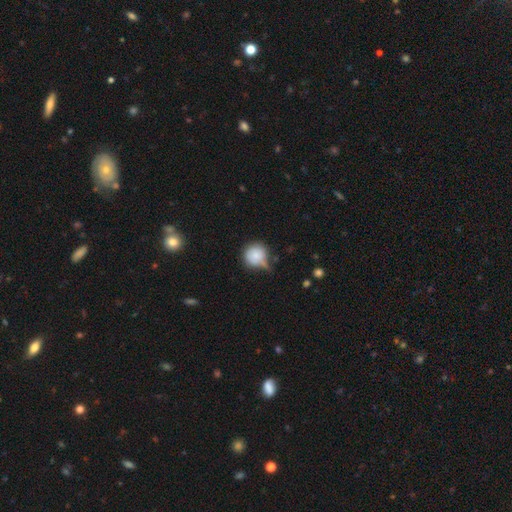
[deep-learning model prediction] Smooth or featured?
  - smooth: 82% *
  - featured or disk: 9%
  - star or artifact: 9%
How rounded?
  - round: 91% *
  - in between: 8%
  - cigar-shaped: 1%
Merging?
  - none: 46% *
  - minor disturbance: 36%
  - major disturbance: 10%
  - merger: 8%